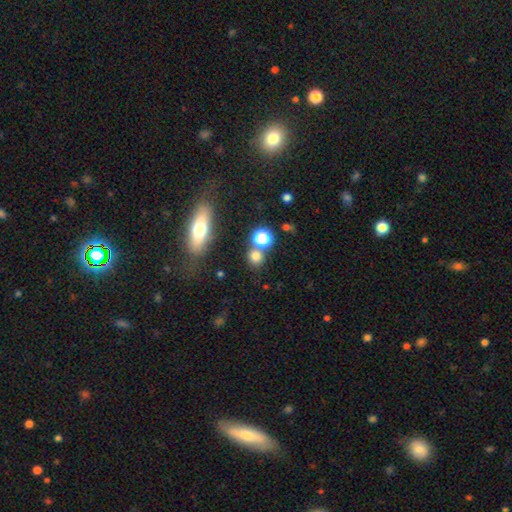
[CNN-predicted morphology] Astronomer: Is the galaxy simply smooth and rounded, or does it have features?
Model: smooth — 73%.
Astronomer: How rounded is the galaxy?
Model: round — 81%.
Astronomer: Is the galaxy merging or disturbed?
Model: none — 71%.